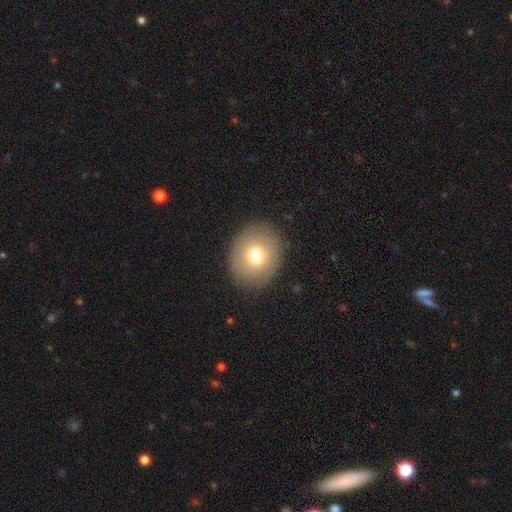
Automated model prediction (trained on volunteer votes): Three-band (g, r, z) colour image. It shows a smooth galaxy with no disk features (74%) that is round (71%). Merging: none (89%).